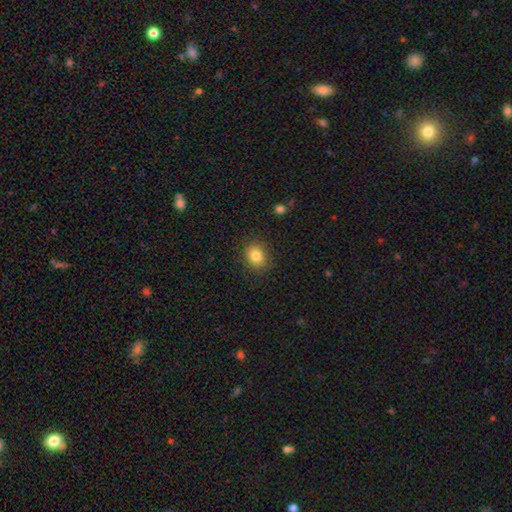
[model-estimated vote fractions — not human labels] A smooth galaxy with no disk features (83%) that is round (55%).

Vote fractions:
- Smooth or featured? smooth: 83% / star or artifact: 10% / featured or disk: 7%
- How rounded? round: 55% / in between: 44% / cigar-shaped: 1%
- Merging? none: 85% / minor disturbance: 10% / major disturbance: 3% / merger: 1%